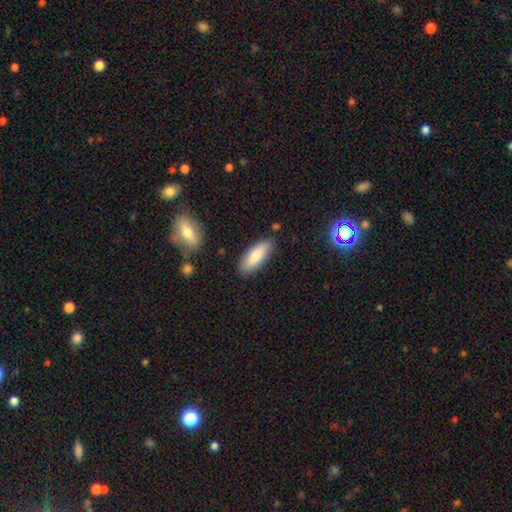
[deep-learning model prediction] smooth_or_featured: smooth (p=0.80) [alt: featured or disk p=0.14]
how_rounded: in between (p=0.68) [alt: cigar-shaped p=0.30]
merging: none (p=0.83) [alt: minor disturbance p=0.12]